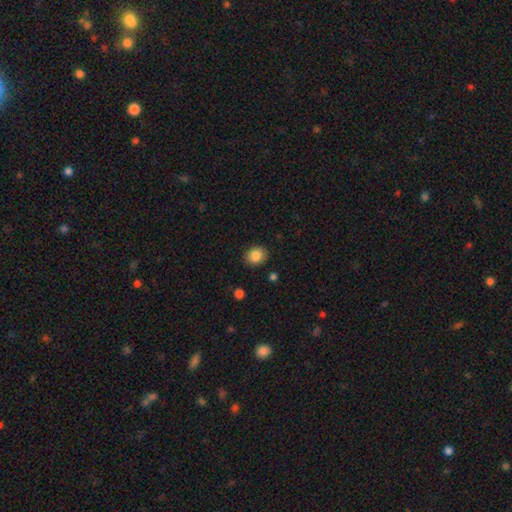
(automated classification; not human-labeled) Smooth or featured: smooth — 85% (star or artifact — 9%)
How rounded: round — 67% (in between — 32%)
Merging: none — 88% (minor disturbance — 8%)